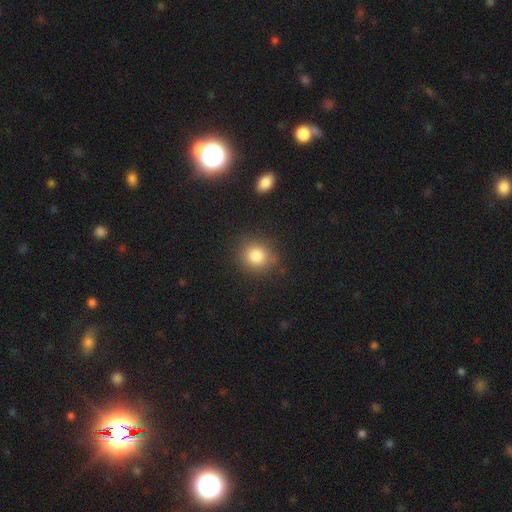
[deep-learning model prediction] This is clearly a smooth galaxy (83%). How rounded: likely round (80%). Merging: clearly none (84%).